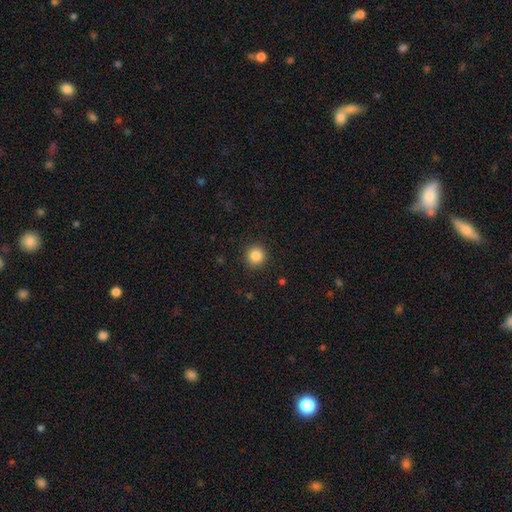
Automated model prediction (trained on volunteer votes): smooth_or_featured: smooth (p=0.86) [alt: star or artifact p=0.10]
how_rounded: round (p=0.94) [alt: in between p=0.05]
merging: none (p=0.91) [alt: minor disturbance p=0.06]